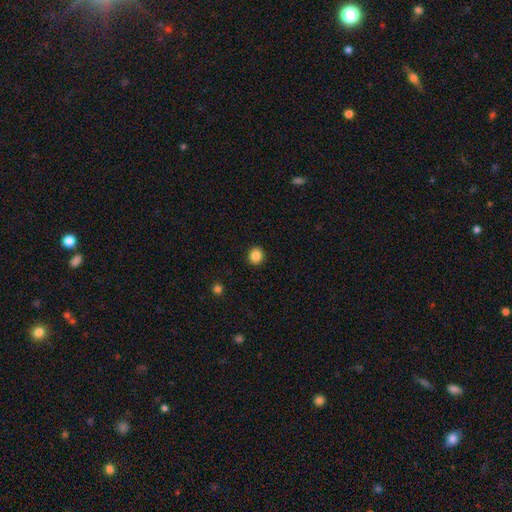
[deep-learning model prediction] The model was most divided on "how rounded": round: 85%, in between: 14%, cigar-shaped: 1%. More confident: merging — none (92%); smooth or featured — smooth (86%).